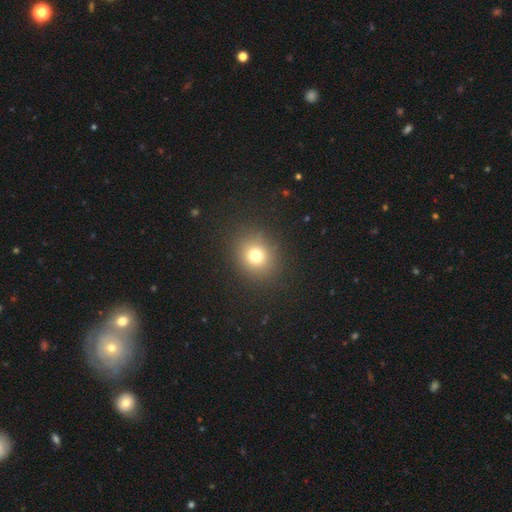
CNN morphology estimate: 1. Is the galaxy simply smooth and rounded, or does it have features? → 74% smooth, 17% star or artifact, 9% featured or disk.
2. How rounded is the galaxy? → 72% round, 27% in between, 1% cigar-shaped.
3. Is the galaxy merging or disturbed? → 88% none, 7% minor disturbance, 4% major disturbance, 1% merger.